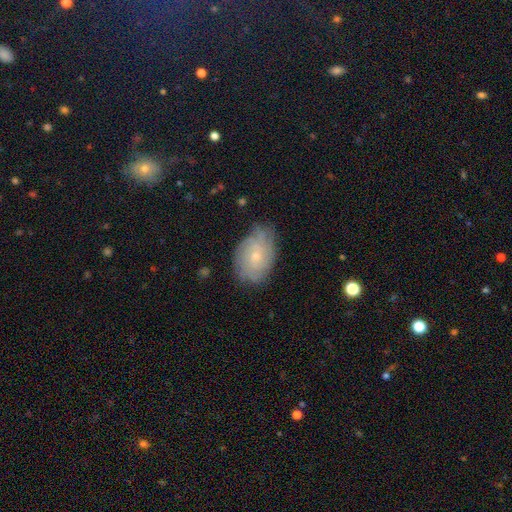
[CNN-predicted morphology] The model was most divided on "smooth or featured": featured or disk: 57%, smooth: 34%, star or artifact: 9%. More confident: edge-on disk — no (96%); spiral arms — yes (83%); bar — no (78%); merging — none (70%); bulge size — small (69%).